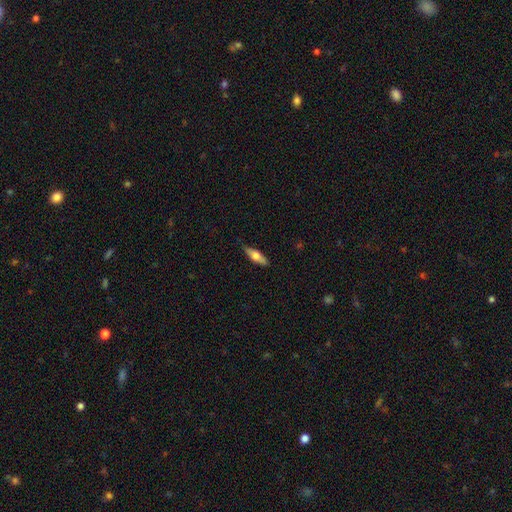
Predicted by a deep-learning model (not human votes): This is possibly a smooth galaxy (54%). How rounded: possibly cigar-shaped (49%). Merging: clearly none (84%).